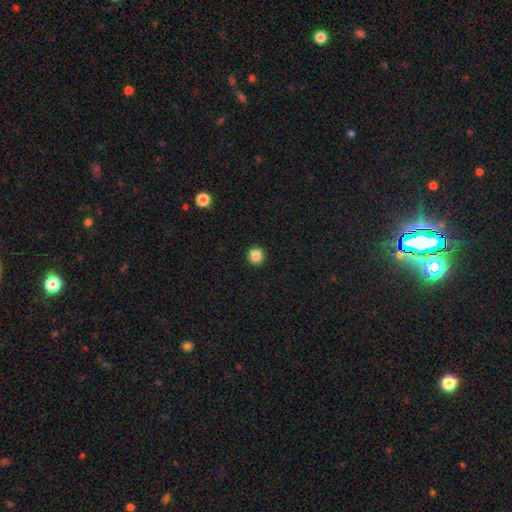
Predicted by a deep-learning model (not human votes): The model was most divided on "smooth or featured": smooth: 86%, star or artifact: 10%, featured or disk: 4%. More confident: how rounded — round (95%); merging — none (93%).